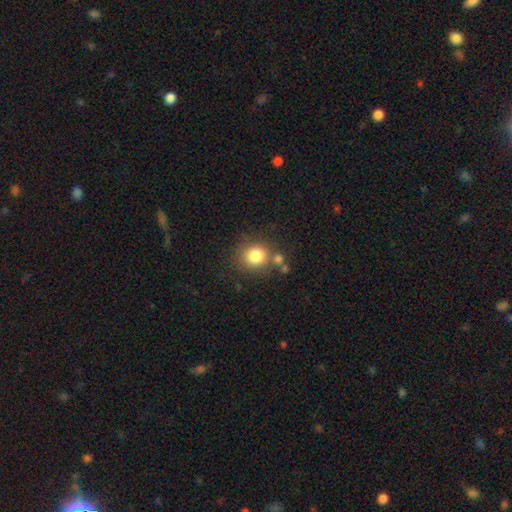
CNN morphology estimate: Smooth or featured?
  - smooth: 81% *
  - star or artifact: 11%
  - featured or disk: 8%
How rounded?
  - round: 86% *
  - in between: 13%
  - cigar-shaped: 1%
Merging?
  - none: 70% *
  - merger: 13%
  - minor disturbance: 12%
  - major disturbance: 5%